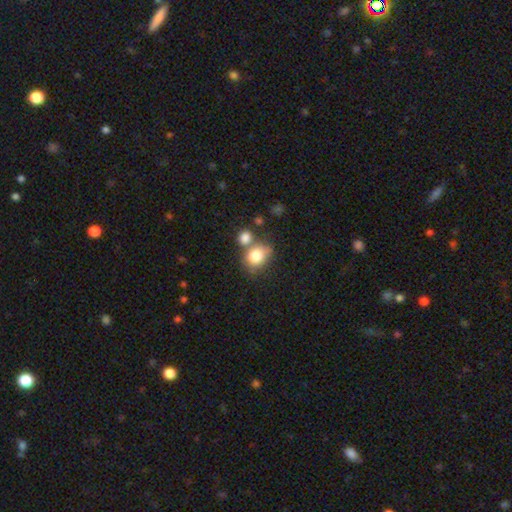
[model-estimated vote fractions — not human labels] Smooth or featured?
  - smooth: 81% *
  - featured or disk: 11%
  - star or artifact: 9%
How rounded?
  - in between: 50% *
  - round: 49%
  - cigar-shaped: 1%
Merging?
  - none: 44% *
  - merger: 34%
  - minor disturbance: 15%
  - major disturbance: 7%